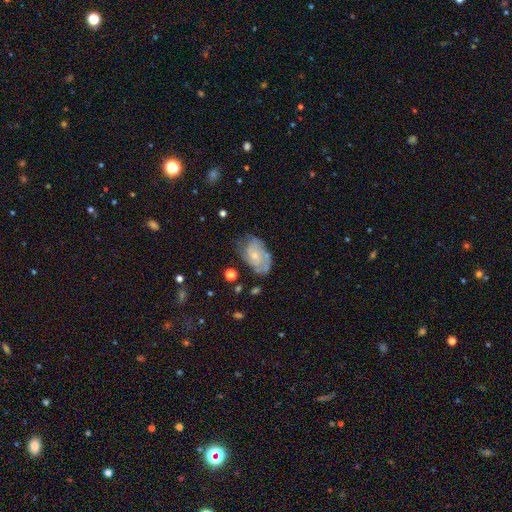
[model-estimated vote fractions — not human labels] A featured or disk galaxy (68%) with no bar (73%), 2 (40%) tight (50%) spiral arms (85%) and a small central bulge (68%). Merging: none (57%).